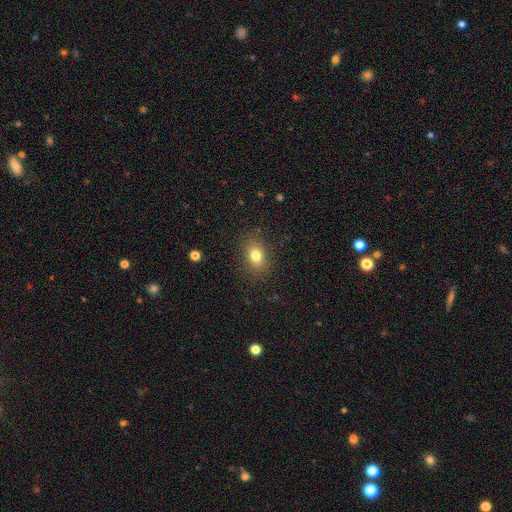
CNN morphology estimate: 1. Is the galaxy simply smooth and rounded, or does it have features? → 80% smooth, 11% star or artifact, 9% featured or disk.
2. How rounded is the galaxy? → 69% in between, 29% round, 1% cigar-shaped.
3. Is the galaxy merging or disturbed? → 86% none, 10% minor disturbance, 3% major disturbance, 1% merger.